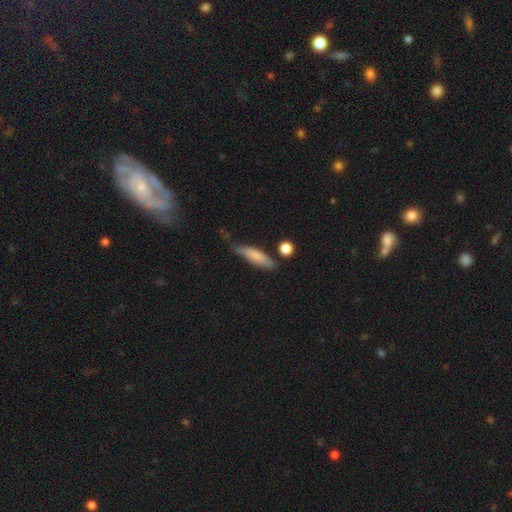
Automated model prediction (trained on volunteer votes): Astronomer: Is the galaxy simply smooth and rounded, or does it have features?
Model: smooth — 73%.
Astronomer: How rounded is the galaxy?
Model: cigar-shaped — 67%.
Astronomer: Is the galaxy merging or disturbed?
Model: none — 64%.